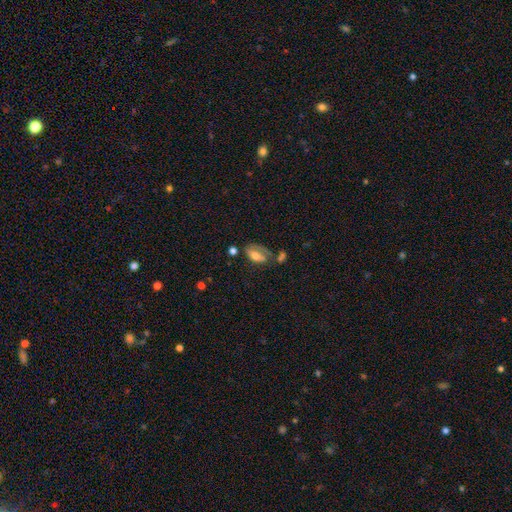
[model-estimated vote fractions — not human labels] This is possibly a smooth galaxy (56%). How rounded: clearly in between (89%). Merging: marginally none (33%).